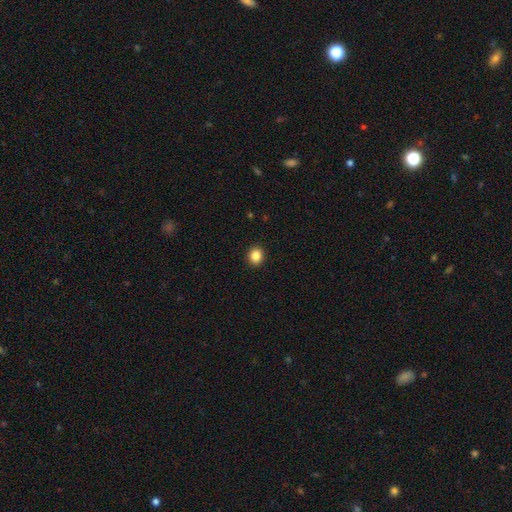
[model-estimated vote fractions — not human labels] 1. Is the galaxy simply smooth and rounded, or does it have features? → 86% smooth, 10% star or artifact, 4% featured or disk.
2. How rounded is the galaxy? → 70% round, 29% in between, 1% cigar-shaped.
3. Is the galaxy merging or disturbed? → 92% none, 5% minor disturbance, 2% major disturbance, 1% merger.